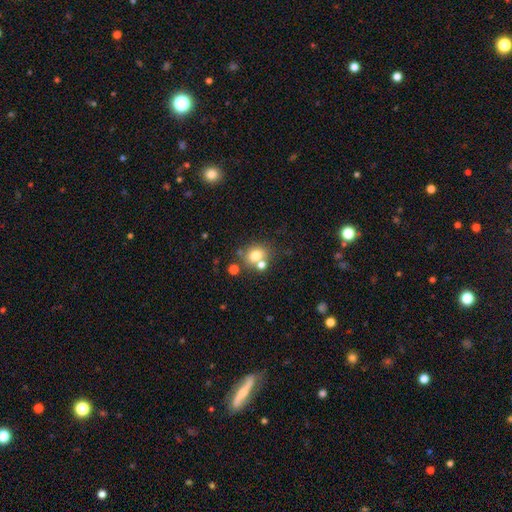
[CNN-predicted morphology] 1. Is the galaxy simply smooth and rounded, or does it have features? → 74% smooth, 13% star or artifact, 13% featured or disk.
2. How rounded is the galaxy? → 69% round, 30% in between, 1% cigar-shaped.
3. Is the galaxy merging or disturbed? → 58% none, 27% merger, 11% minor disturbance, 4% major disturbance.